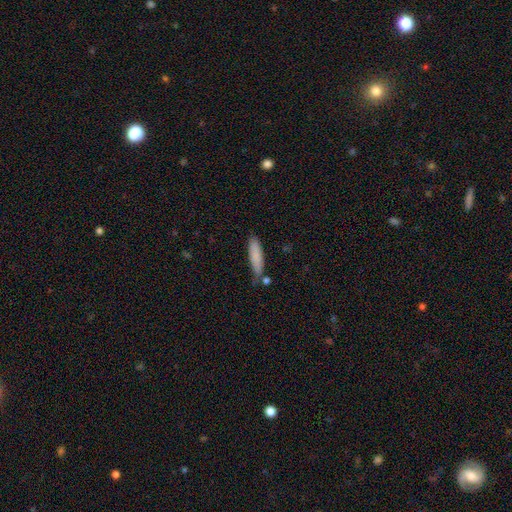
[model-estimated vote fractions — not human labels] Smooth or featured? smooth (83%)
How rounded? cigar-shaped (74%)
Merging? none (65%)